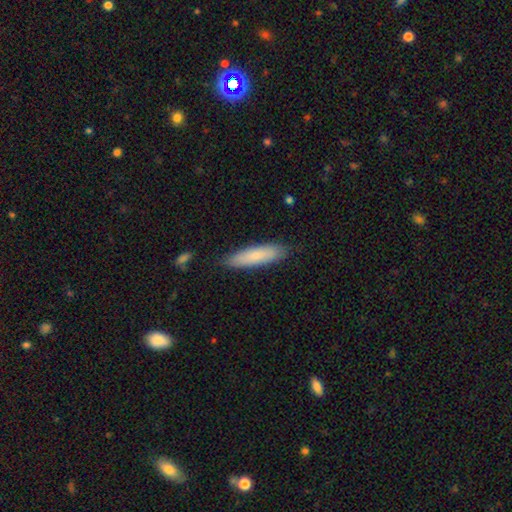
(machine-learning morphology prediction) smooth_or_featured: smooth (p=0.80) [alt: featured or disk p=0.14]
how_rounded: cigar-shaped (p=0.67) [alt: in between p=0.31]
merging: none (p=0.84) [alt: minor disturbance p=0.12]